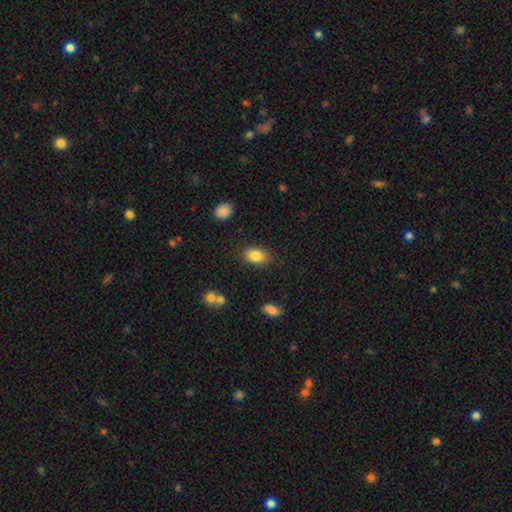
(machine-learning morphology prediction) Smooth or featured: smooth — 84% (star or artifact — 8%)
How rounded: in between — 88% (round — 10%)
Merging: none — 83% (minor disturbance — 12%)